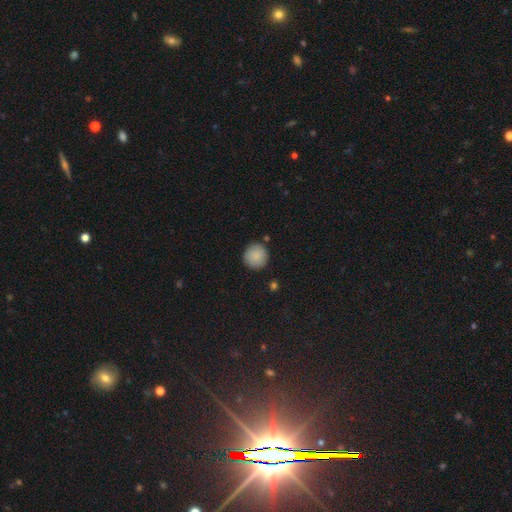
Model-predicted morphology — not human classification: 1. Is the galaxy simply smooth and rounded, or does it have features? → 87% smooth, 7% star or artifact, 6% featured or disk.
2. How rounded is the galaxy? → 95% round, 4% in between, 1% cigar-shaped.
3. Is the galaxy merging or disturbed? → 87% none, 8% minor disturbance, 2% merger, 2% major disturbance.